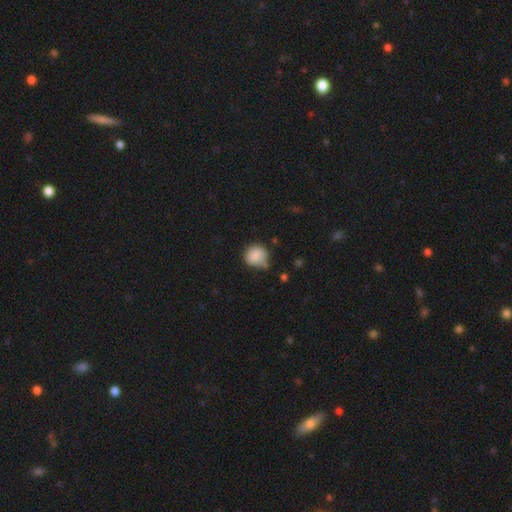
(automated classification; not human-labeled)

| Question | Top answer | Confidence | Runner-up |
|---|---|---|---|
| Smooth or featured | smooth | 82% | featured or disk (9%) |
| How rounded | round | 84% | in between (15%) |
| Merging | none | 50% | minor disturbance (37%) |